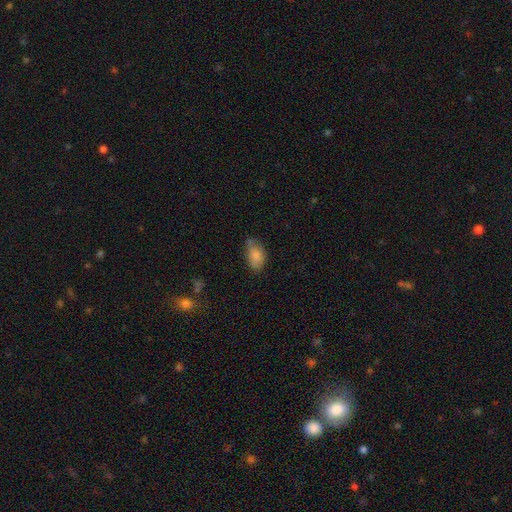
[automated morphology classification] smooth 84%, featured or disk 8%, star or artifact 8%. Down the decision tree: how rounded — in between (92%); merging — none (56%).